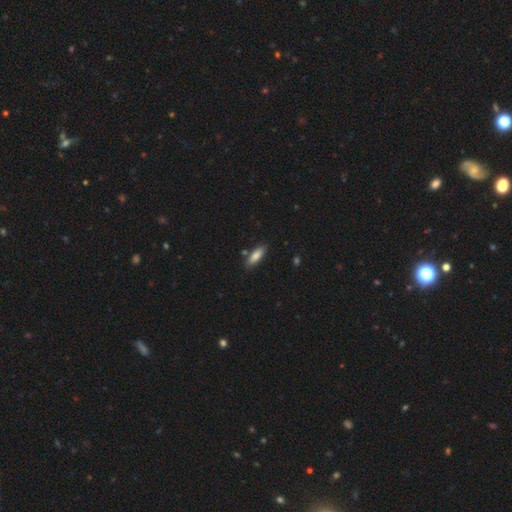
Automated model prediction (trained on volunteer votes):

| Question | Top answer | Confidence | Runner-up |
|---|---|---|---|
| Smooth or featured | smooth | 84% | featured or disk (10%) |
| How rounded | in between | 59% | cigar-shaped (39%) |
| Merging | none | 81% | minor disturbance (13%) |